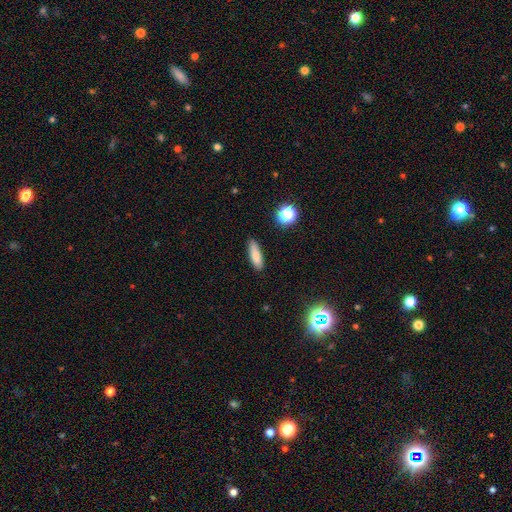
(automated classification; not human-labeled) Smooth or featured? Predicted: smooth (p=0.82). How rounded? Predicted: cigar-shaped (p=0.54). Merging? Predicted: none (p=0.86).